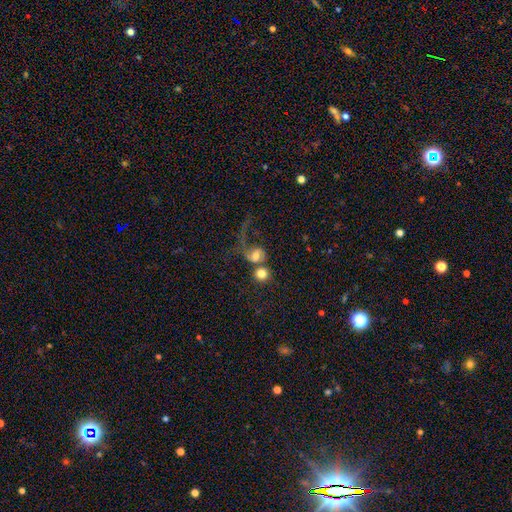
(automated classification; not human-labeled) The model was most divided on "smooth or featured": smooth: 50%, featured or disk: 39%, star or artifact: 10%. More confident: how rounded — round (71%); merging — merger (51%).